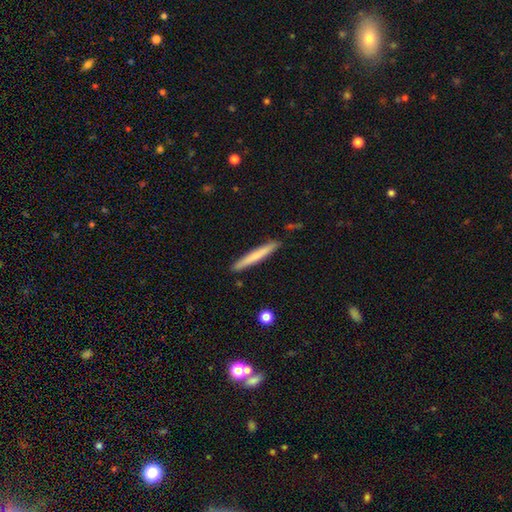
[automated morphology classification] type=smooth (67%); roundness=cigar-shaped (97%); merging=none (90%).